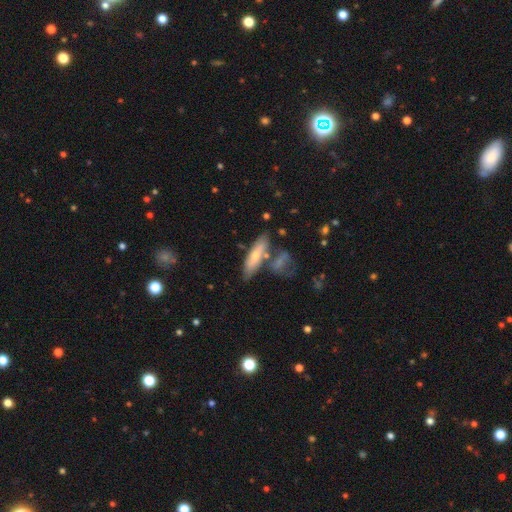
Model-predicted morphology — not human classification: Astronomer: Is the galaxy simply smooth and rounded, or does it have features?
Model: smooth — 60%.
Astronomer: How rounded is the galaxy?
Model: cigar-shaped — 62%.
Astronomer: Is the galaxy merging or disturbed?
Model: none — 58%.